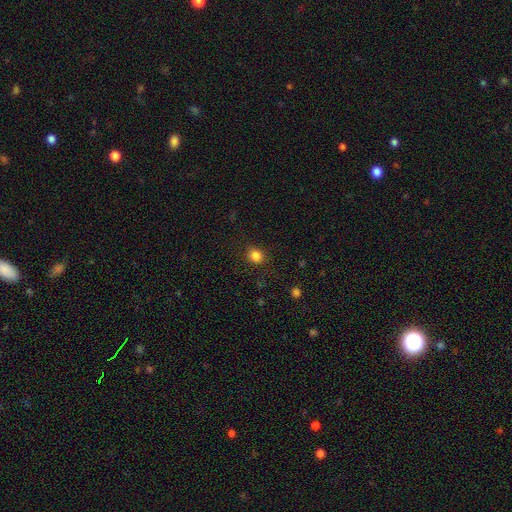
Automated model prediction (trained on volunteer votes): Smooth or featured?
  - smooth: 85% *
  - star or artifact: 11%
  - featured or disk: 4%
How rounded?
  - round: 74% *
  - in between: 25%
  - cigar-shaped: 1%
Merging?
  - none: 86% *
  - minor disturbance: 10%
  - major disturbance: 3%
  - merger: 1%